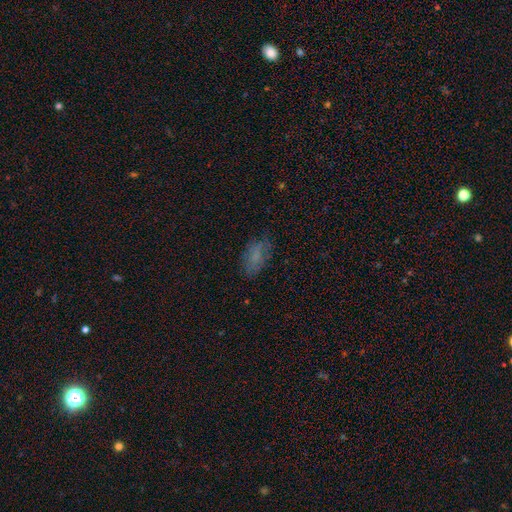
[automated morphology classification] Overall: smooth (69%). How rounded: in between (91%). Merging: none (71%).